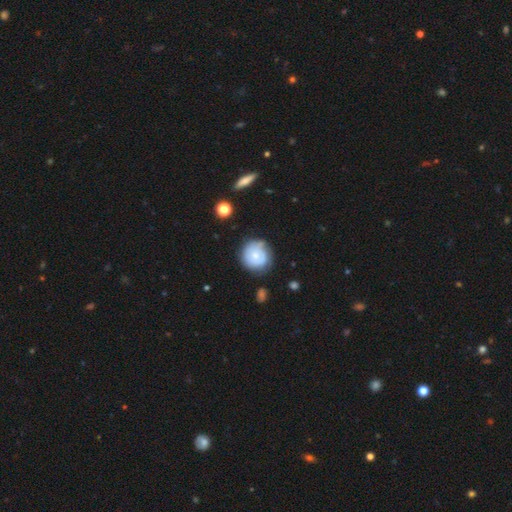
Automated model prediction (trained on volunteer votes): Q: Smooth or featured?
A: featured or disk (52%); runner-up: smooth (42%)
Q: Edge-on disk?
A: no (98%); runner-up: yes (2%)
Q: Bar?
A: no (80%); runner-up: weak (17%)
Q: Spiral arms?
A: yes (76%); runner-up: no (24%)
Q: Bulge size?
A: small (54%); runner-up: moderate (40%)
Q: Merging?
A: none (70%); runner-up: minor disturbance (21%)